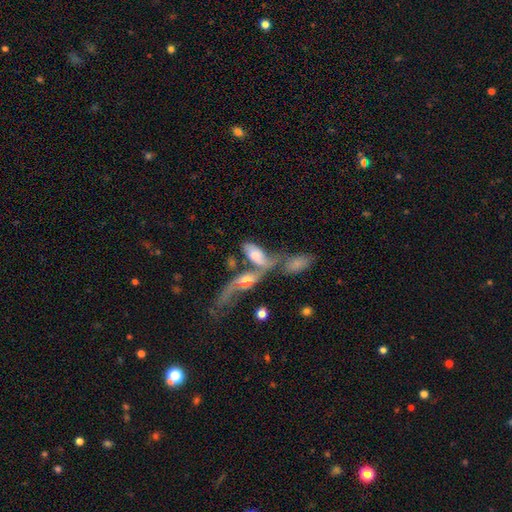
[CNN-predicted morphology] smooth_or_featured: smooth (p=0.47) [alt: featured or disk p=0.44]
merging: merger (p=0.65) [alt: none p=0.15]